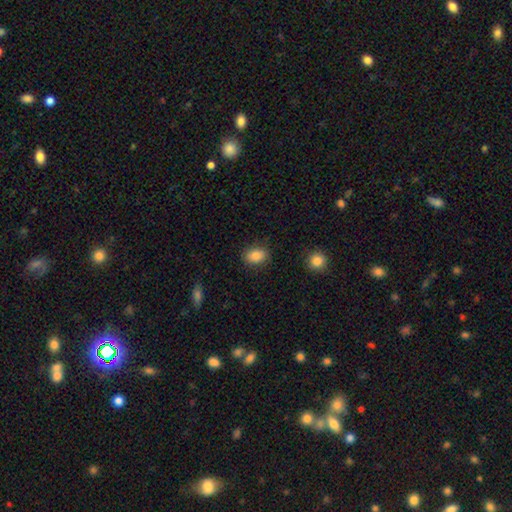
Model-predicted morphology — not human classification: smooth_or_featured: smooth (p=0.86) [alt: star or artifact p=0.08]
how_rounded: in between (p=0.77) [alt: round p=0.22]
merging: none (p=0.85) [alt: minor disturbance p=0.10]